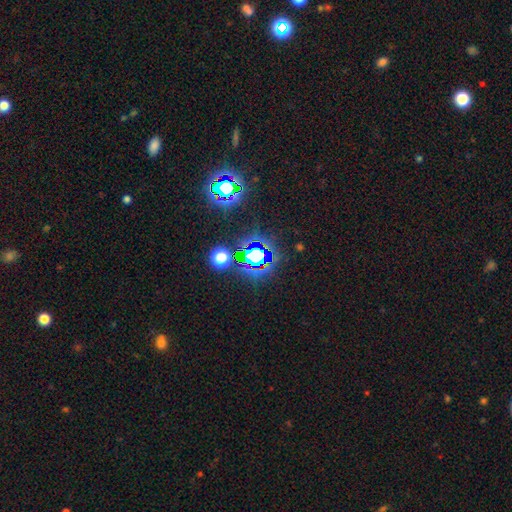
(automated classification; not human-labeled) Morphology: type=star or artifact (71%).